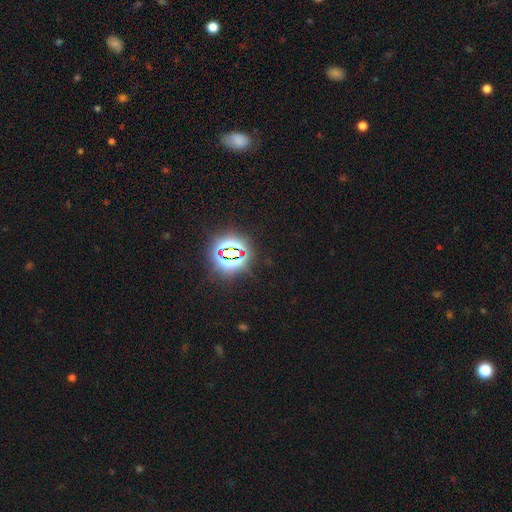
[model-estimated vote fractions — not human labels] Q: Smooth or featured?
A: star or artifact (82%); runner-up: smooth (12%)